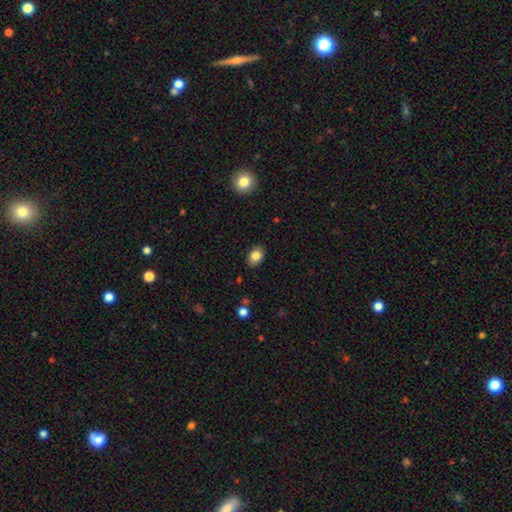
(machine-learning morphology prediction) type=smooth (83%); roundness=in between (80%); merging=none (87%).